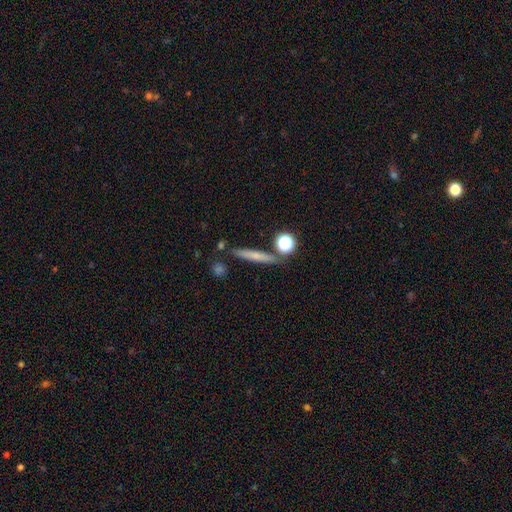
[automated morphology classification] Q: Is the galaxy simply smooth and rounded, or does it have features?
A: smooth — 63%.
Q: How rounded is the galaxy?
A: cigar-shaped — 87%.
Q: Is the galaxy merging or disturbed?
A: none — 82%.